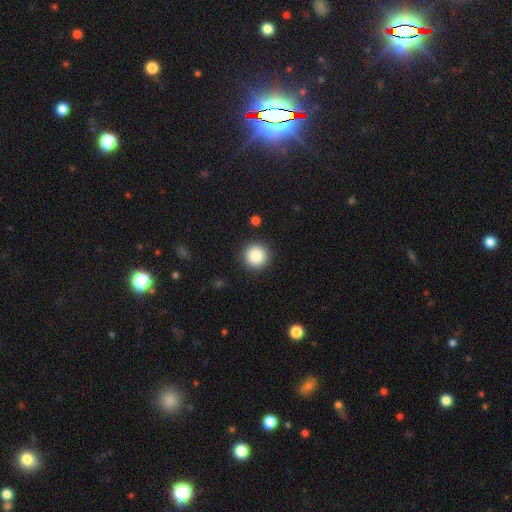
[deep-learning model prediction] Morphology: type=smooth (88%); roundness=round (96%); merging=none (91%).